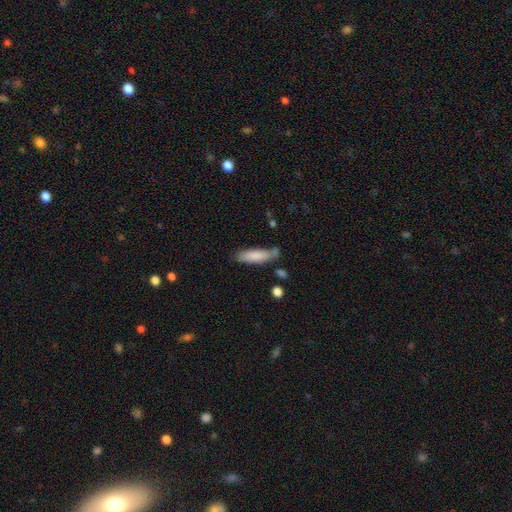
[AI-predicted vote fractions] Smooth or featured? Predicted: smooth (p=0.81). How rounded? Predicted: cigar-shaped (p=0.66). Merging? Predicted: none (p=0.68).